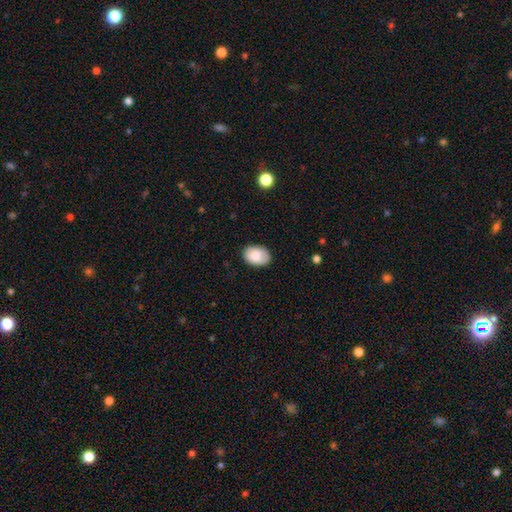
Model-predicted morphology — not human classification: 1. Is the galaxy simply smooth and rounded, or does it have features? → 85% smooth, 8% featured or disk, 7% star or artifact.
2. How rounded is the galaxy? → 82% in between, 17% round, 1% cigar-shaped.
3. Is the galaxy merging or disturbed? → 80% none, 16% minor disturbance, 3% major disturbance, 1% merger.